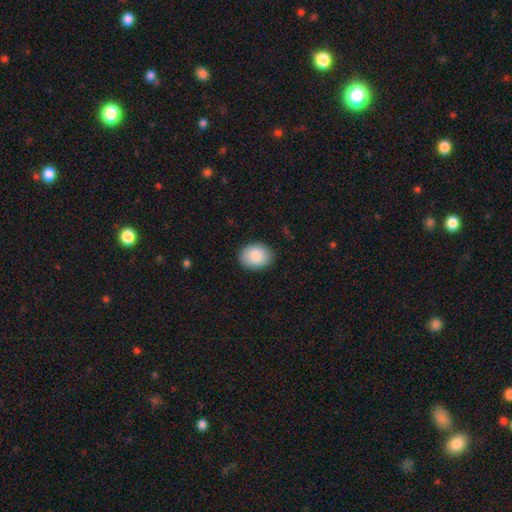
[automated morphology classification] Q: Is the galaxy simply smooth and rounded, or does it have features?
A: smooth — 87%.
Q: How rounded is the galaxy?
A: in between — 63%.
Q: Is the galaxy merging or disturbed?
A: none — 88%.